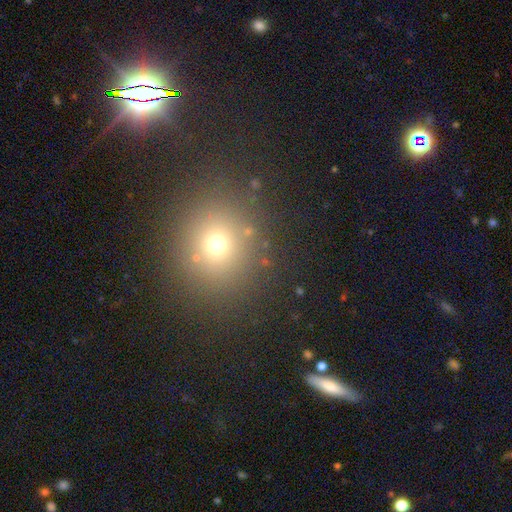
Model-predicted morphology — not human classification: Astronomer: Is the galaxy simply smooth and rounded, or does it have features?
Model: smooth — 51% (runner-up: star or artifact, 38%).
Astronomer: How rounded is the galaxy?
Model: round — 84%.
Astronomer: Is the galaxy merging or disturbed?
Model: none — 87%.